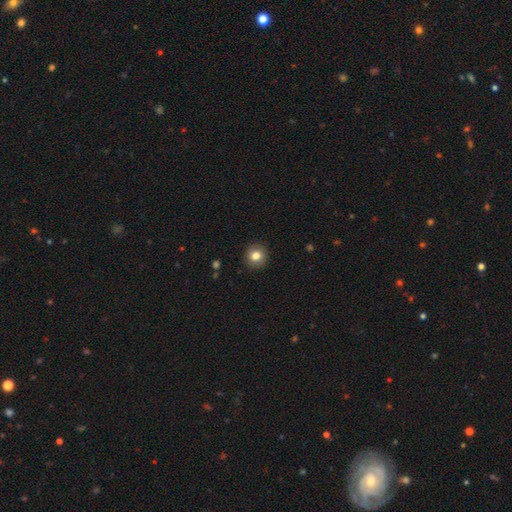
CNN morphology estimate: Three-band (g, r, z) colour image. It shows a smooth galaxy with no disk features (81%) that is round (93%). Merging: none (91%).